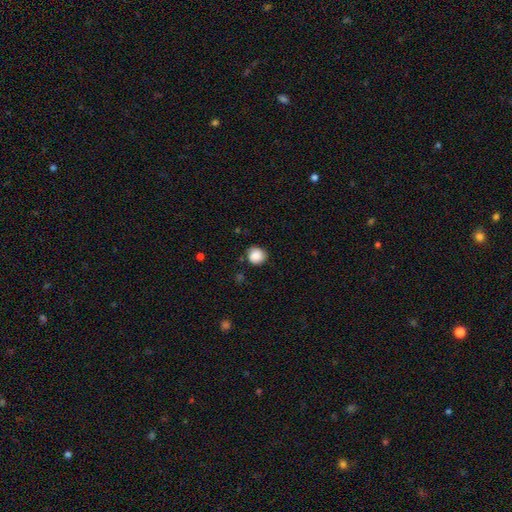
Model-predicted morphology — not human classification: type=smooth (87%); roundness=round (88%); merging=none (79%).